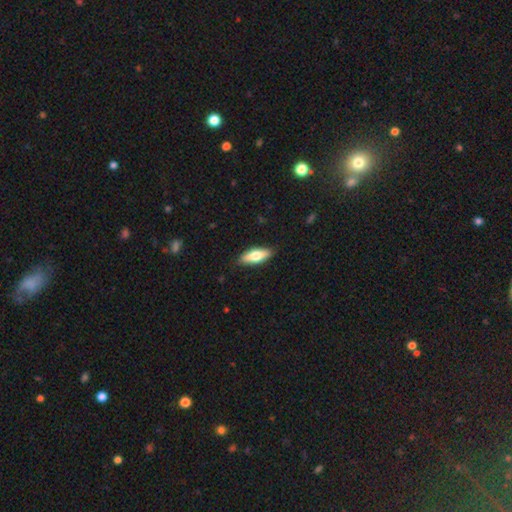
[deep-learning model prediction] Smooth or featured: smooth — 64% (featured or disk — 30%)
How rounded: in between — 64% (cigar-shaped — 33%)
Merging: none — 85% (minor disturbance — 12%)